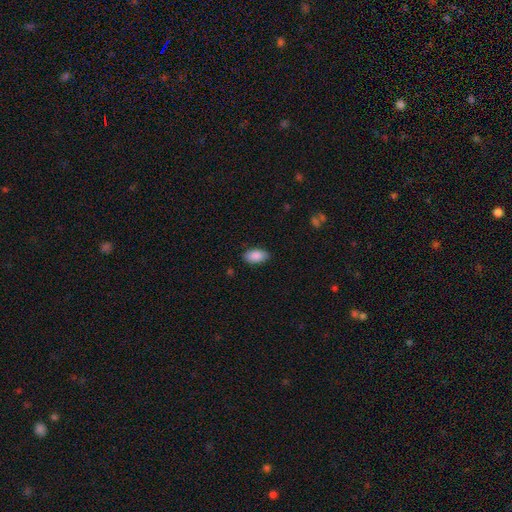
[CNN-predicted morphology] Smooth or featured? Predicted: smooth (p=0.89). How rounded? Predicted: in between (p=0.94). Merging? Predicted: none (p=0.85).